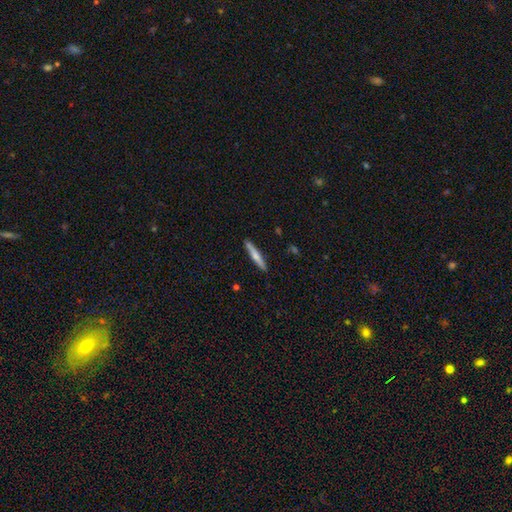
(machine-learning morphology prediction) A smooth galaxy with no disk features (57%) that is cigar-shaped (93%).

Vote fractions:
- Smooth or featured? smooth: 57% / featured or disk: 38% / star or artifact: 5%
- How rounded? cigar-shaped: 93% / in between: 6% / round: 1%
- Merging? none: 90% / minor disturbance: 8% / major disturbance: 1% / merger: 1%